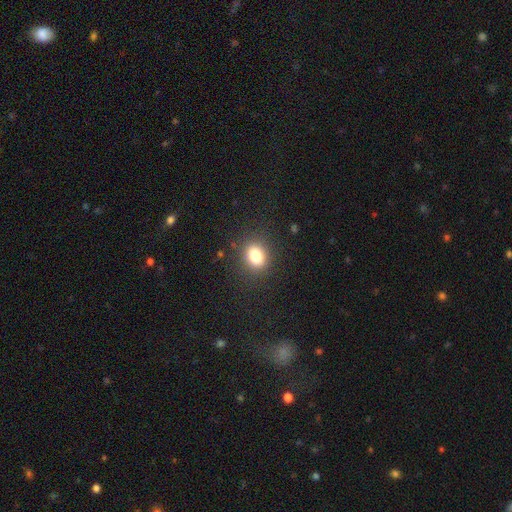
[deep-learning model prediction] This appears to be a smooth galaxy with no disk features (81%) that is round (53%). Merging: none (86%).